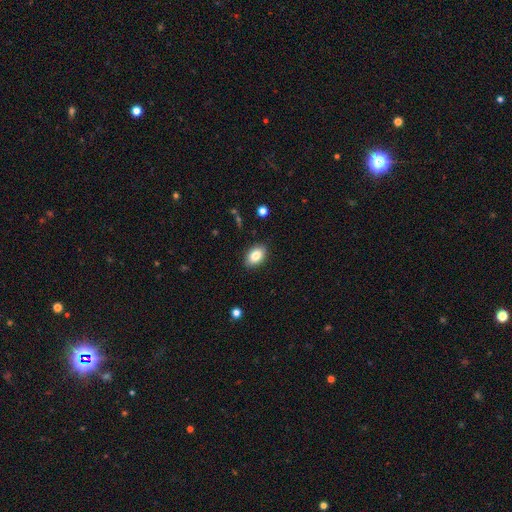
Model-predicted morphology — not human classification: Overall: smooth (82%). How rounded: in between (88%). Merging: none (88%).